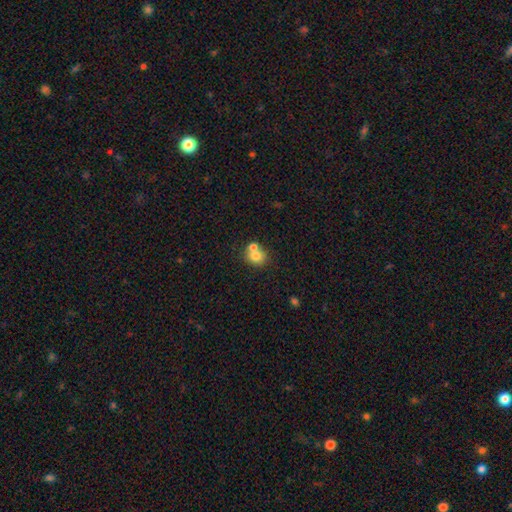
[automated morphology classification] Smooth or featured? smooth (75%)
How rounded? round (76%)
Merging? none (45%)